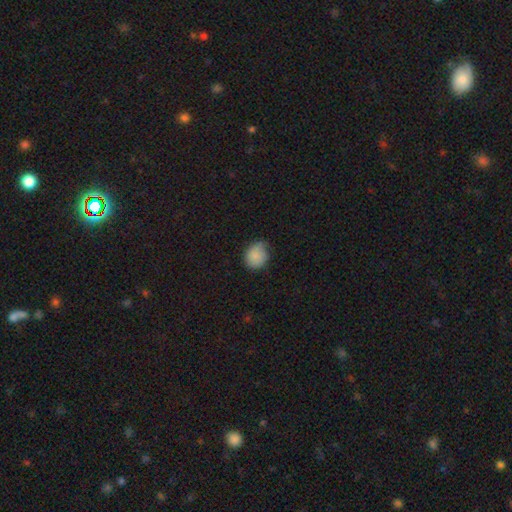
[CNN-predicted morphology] smooth_or_featured: smooth (p=0.84) [alt: star or artifact p=0.08]
how_rounded: round (p=0.66) [alt: in between p=0.33]
merging: none (p=0.54) [alt: minor disturbance p=0.37]